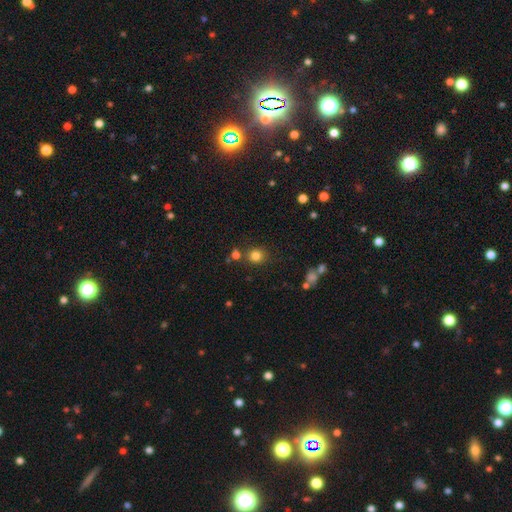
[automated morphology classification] smooth_or_featured: smooth (p=0.81) [alt: star or artifact p=0.14]
how_rounded: round (p=0.85) [alt: in between p=0.14]
merging: none (p=0.78) [alt: merger p=0.10]